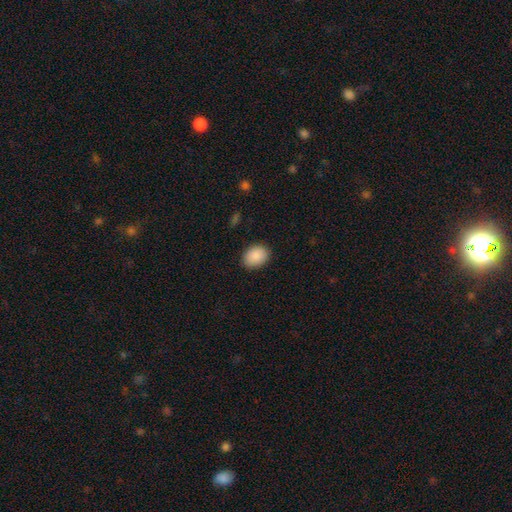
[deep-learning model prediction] Smooth or featured? Predicted: smooth (p=0.90). How rounded? Predicted: in between (p=0.72). Merging? Predicted: none (p=0.88).